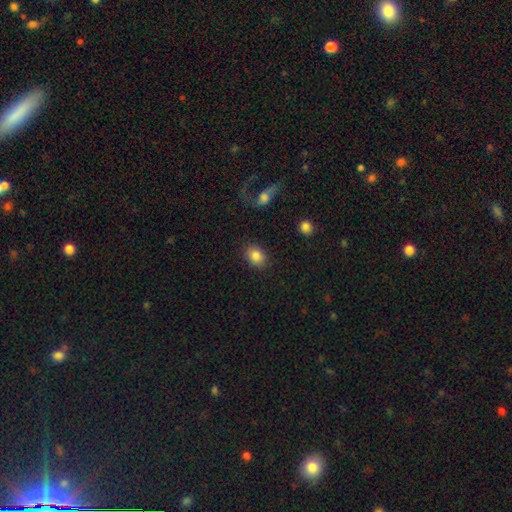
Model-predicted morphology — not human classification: Smooth or featured?
  - smooth: 85% *
  - star or artifact: 8%
  - featured or disk: 7%
How rounded?
  - in between: 65% *
  - round: 34%
  - cigar-shaped: 1%
Merging?
  - none: 86% *
  - minor disturbance: 9%
  - major disturbance: 3%
  - merger: 2%